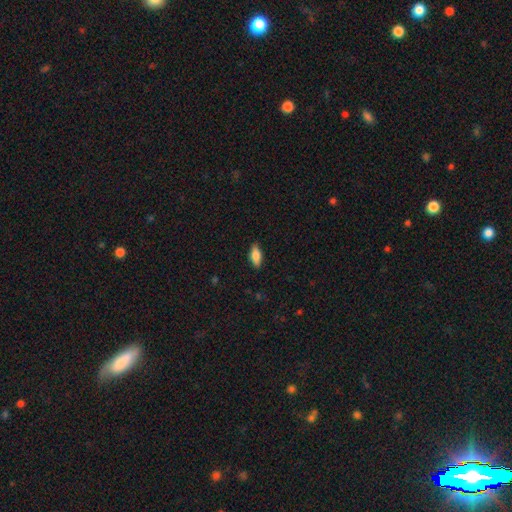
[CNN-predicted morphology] This appears to be a smooth galaxy with no disk features (79%) that is in between round and cigar-shaped (79%). Merging: none (87%).